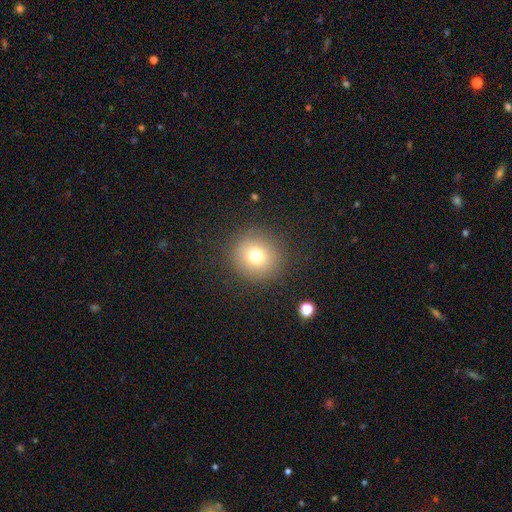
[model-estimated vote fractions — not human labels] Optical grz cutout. It shows a smooth galaxy with no disk features (73%) that is round (92%). Merging: none (88%).